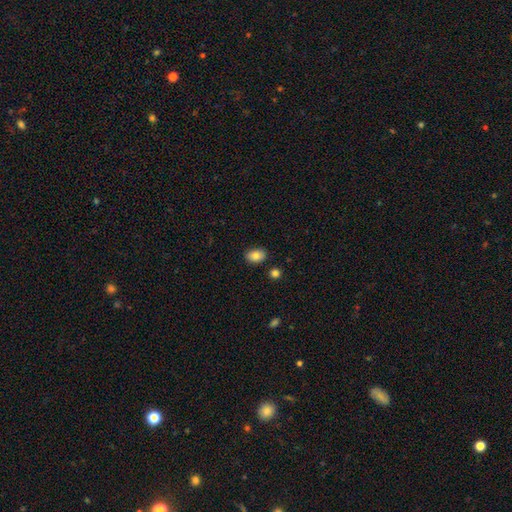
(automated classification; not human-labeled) smooth_or_featured: smooth (p=0.81) [alt: featured or disk p=0.10]
how_rounded: in between (p=0.81) [alt: round p=0.18]
merging: none (p=0.86) [alt: minor disturbance p=0.10]